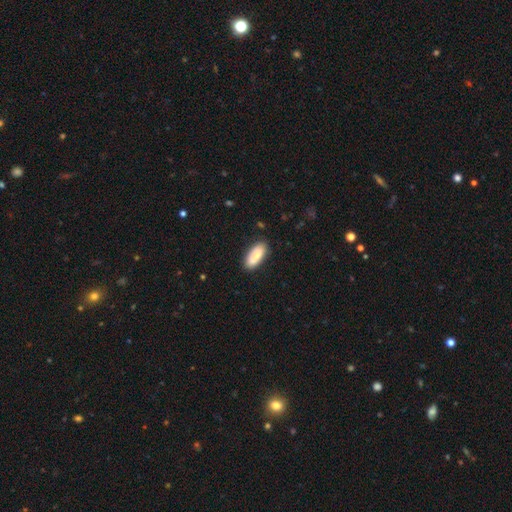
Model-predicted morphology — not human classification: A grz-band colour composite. It shows a smooth galaxy with no disk features (80%) that is in between round and cigar-shaped (82%). Merging: none (84%).